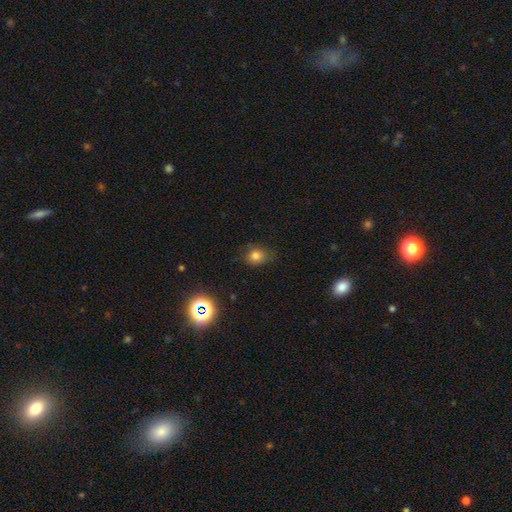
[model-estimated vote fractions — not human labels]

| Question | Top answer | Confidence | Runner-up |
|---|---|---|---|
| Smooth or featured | smooth | 76% | star or artifact (16%) |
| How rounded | round | 67% | in between (32%) |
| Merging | none | 73% | minor disturbance (20%) |